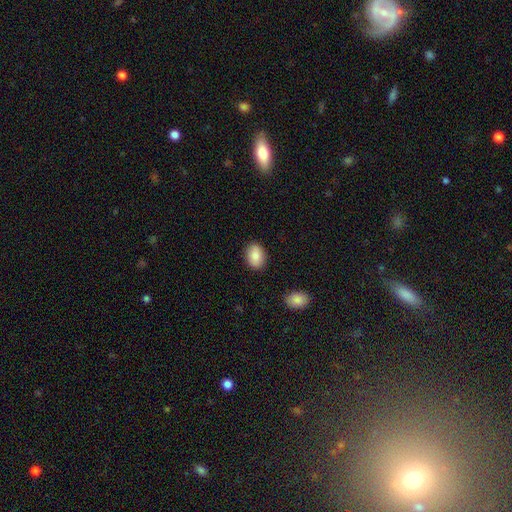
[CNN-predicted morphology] This appears to be a smooth galaxy with no disk features (86%) that is in between round and cigar-shaped (75%). Merging: none (87%).